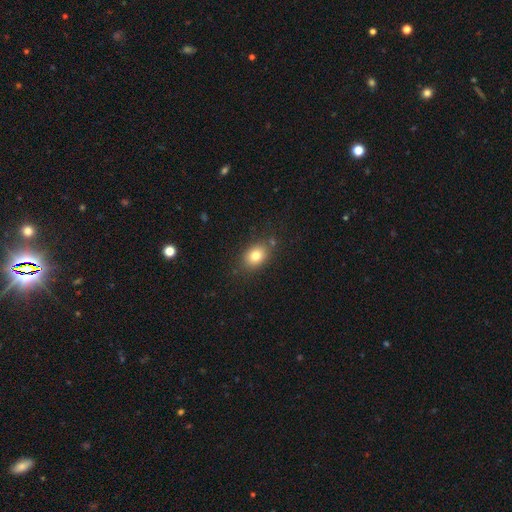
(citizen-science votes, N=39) Smooth or featured? 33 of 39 (85%) said smooth. How rounded? 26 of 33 (79%) said in between. Merging? 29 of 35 (83%) said none.